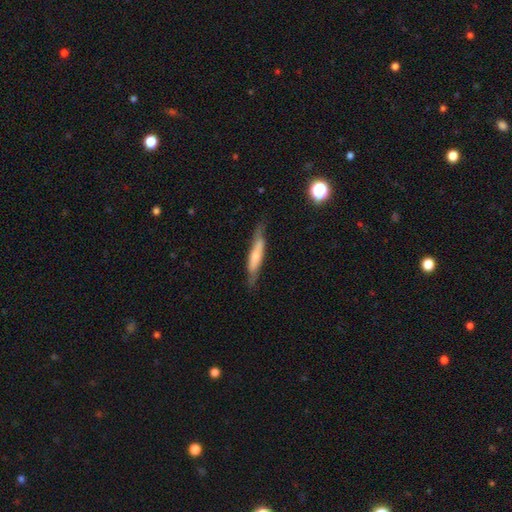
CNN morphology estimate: Overall: smooth (50%; featured or disk 44%). How rounded: cigar-shaped (85%). Merging: none (73%).